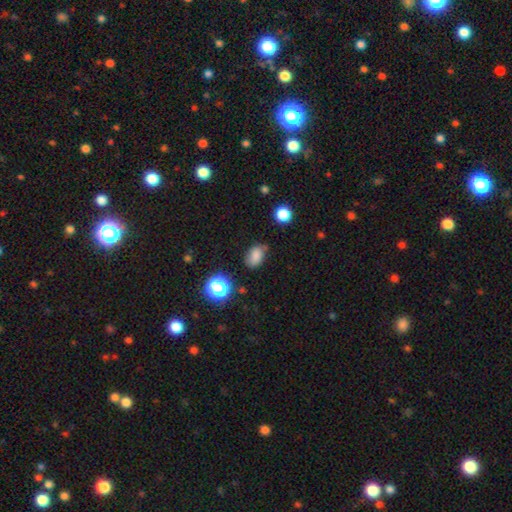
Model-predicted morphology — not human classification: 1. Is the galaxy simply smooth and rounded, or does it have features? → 80% smooth, 13% star or artifact, 7% featured or disk.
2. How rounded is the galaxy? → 81% in between, 17% round, 1% cigar-shaped.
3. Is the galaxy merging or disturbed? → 66% none, 25% minor disturbance, 5% major disturbance, 4% merger.